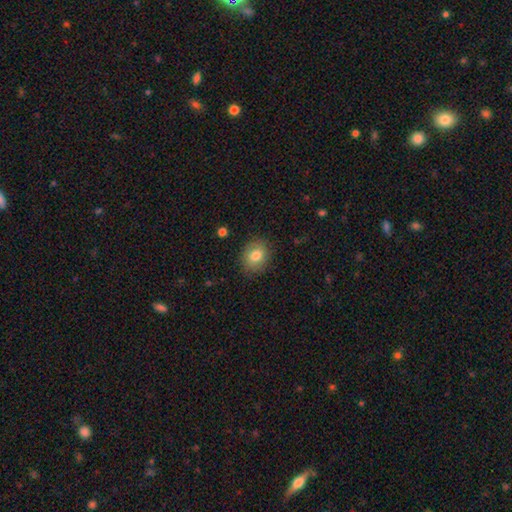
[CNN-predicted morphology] Smooth or featured: smooth — 81% (featured or disk — 10%)
How rounded: round — 51% (in between — 48%)
Merging: none — 86% (minor disturbance — 11%)